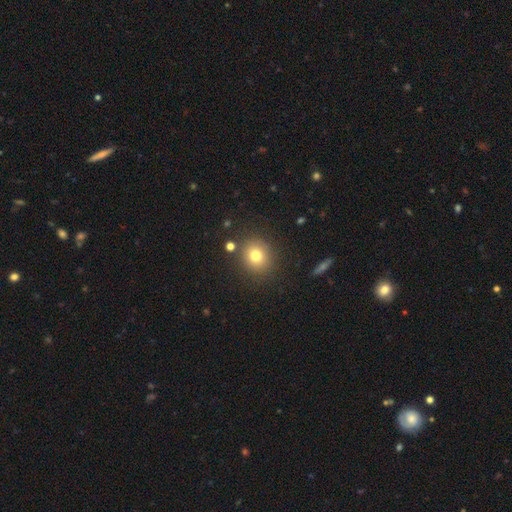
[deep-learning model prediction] smooth 77%, star or artifact 13%, featured or disk 9%. Down the decision tree: how rounded — round (84%); merging — none (85%).